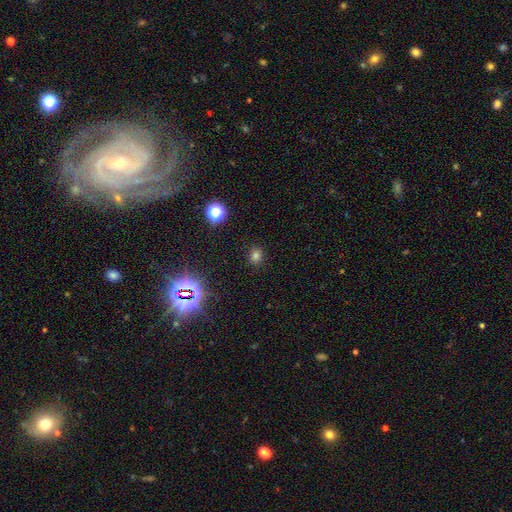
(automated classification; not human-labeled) Morphology: type=smooth (73%); roundness=round (64%); merging=none (87%).